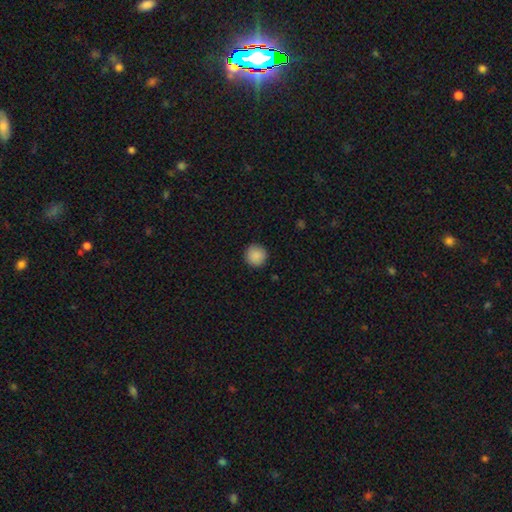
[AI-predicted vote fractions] Smooth or featured?
  - smooth: 89% *
  - star or artifact: 9%
  - featured or disk: 3%
How rounded?
  - round: 96% *
  - in between: 3%
  - cigar-shaped: 1%
Merging?
  - none: 92% *
  - minor disturbance: 5%
  - major disturbance: 2%
  - merger: 1%